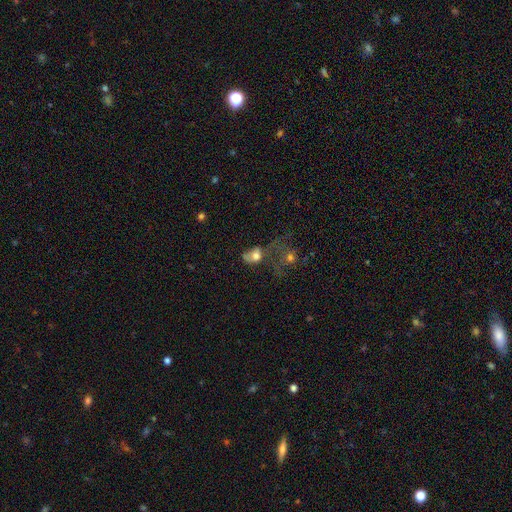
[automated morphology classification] The model was most divided on "merging": major disturbance: 42%, merger: 29%, none: 15%, minor disturbance: 14%. More confident: how rounded — in between (66%); smooth or featured — smooth (63%).